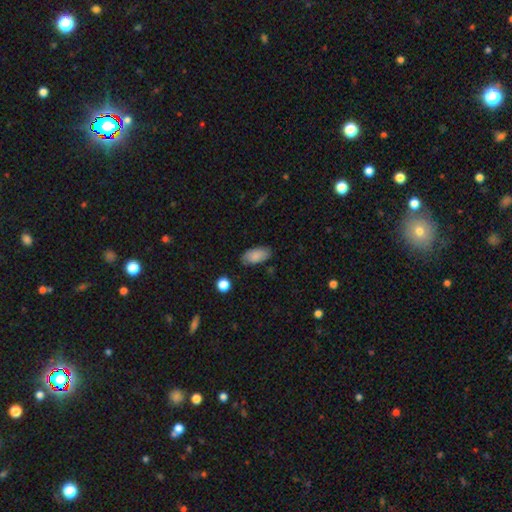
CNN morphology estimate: Smooth or featured: smooth — 83% (featured or disk — 9%)
How rounded: in between — 93% (cigar-shaped — 4%)
Merging: none — 79% (minor disturbance — 16%)